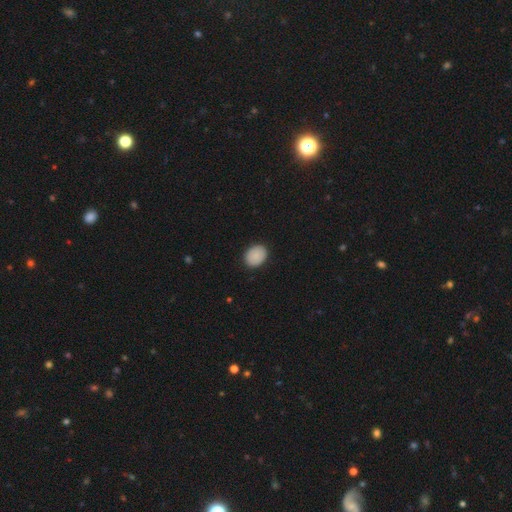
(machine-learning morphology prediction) This is clearly a smooth galaxy (89%). How rounded: possibly in between (59%). Merging: clearly none (89%).